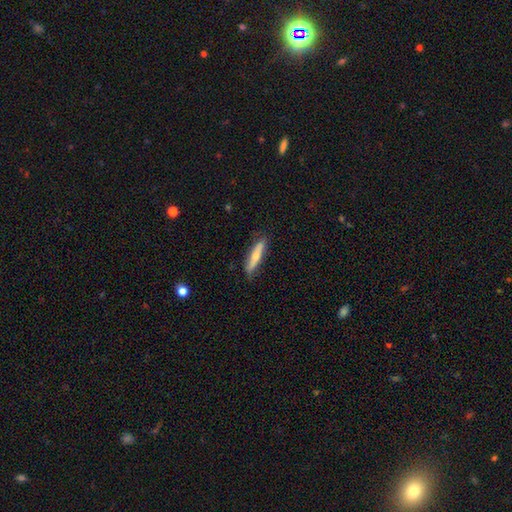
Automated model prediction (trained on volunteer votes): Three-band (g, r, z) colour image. It shows a smooth galaxy with no disk features (56%) that is cigar-shaped (85%). Merging: none (82%).